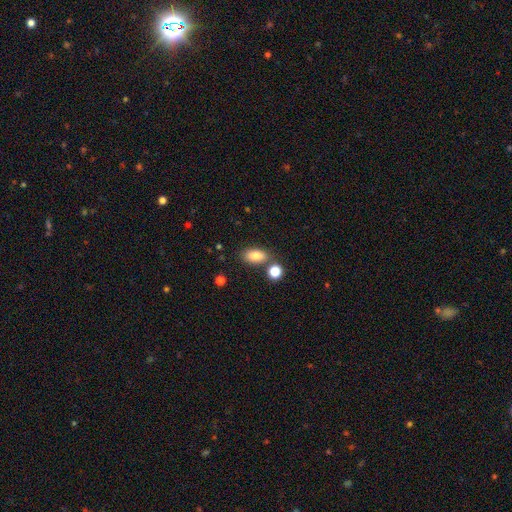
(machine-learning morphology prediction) smooth-or-featured: smooth: 82% | featured or disk: 9% | star or artifact: 9%
  how-rounded: in between: 88% | round: 8% | cigar-shaped: 4%
  merging: none: 72% | merger: 13% | minor disturbance: 12% | major disturbance: 3%